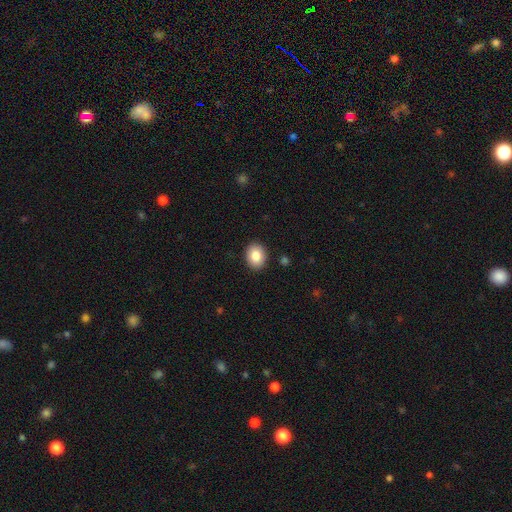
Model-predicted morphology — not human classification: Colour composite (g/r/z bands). It shows a smooth galaxy with no disk features (84%) that is round (50%). Merging: none (90%).